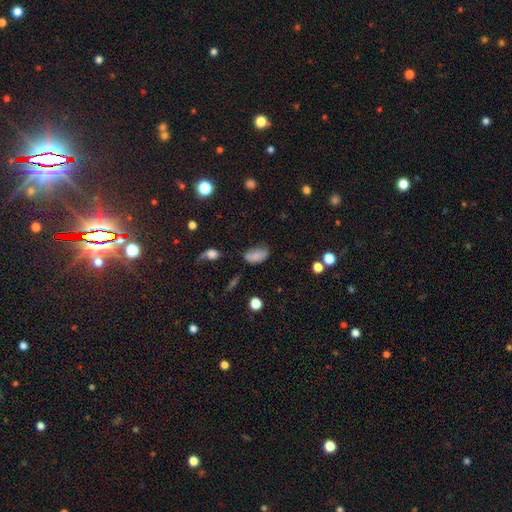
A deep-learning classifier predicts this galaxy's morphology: A smooth galaxy with no disk features (74%) that is in between round and cigar-shaped (91%).

Vote fractions:
- Smooth or featured? smooth: 74% / featured or disk: 14% / star or artifact: 12%
- How rounded? in between: 91% / round: 7% / cigar-shaped: 2%
- Merging? none: 50% / minor disturbance: 31% / major disturbance: 12% / merger: 7%